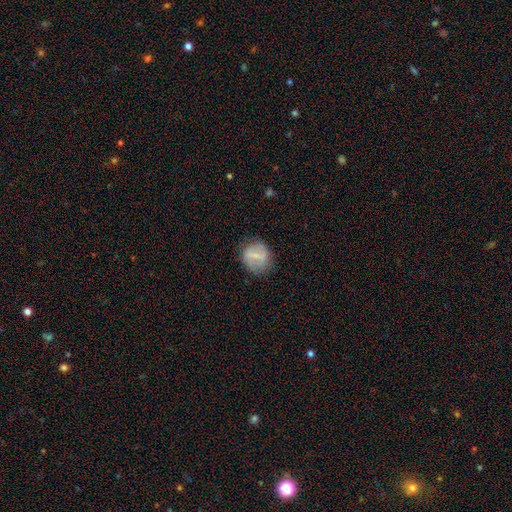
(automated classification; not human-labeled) Smooth or featured? smooth (55%)
How rounded? round (71%)
Merging? none (72%)